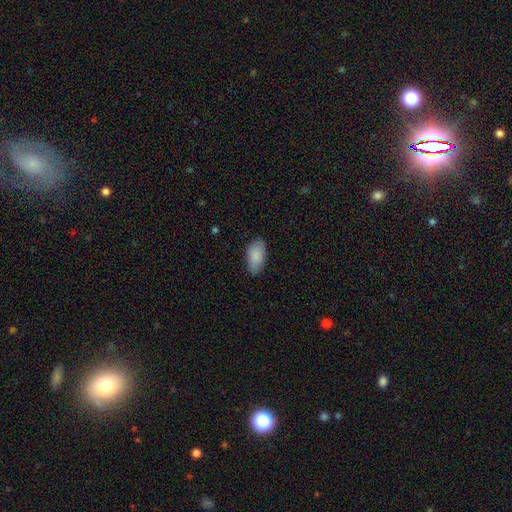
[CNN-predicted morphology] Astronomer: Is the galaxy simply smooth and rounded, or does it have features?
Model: smooth — 88%.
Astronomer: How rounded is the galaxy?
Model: in between — 94%.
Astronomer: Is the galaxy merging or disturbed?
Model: none — 82%.